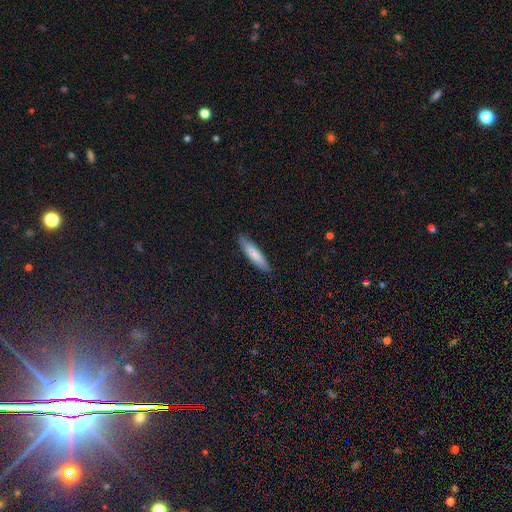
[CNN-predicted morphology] smooth-or-featured: smooth: 78% | featured or disk: 17% | star or artifact: 6%
  how-rounded: cigar-shaped: 84% | in between: 15% | round: 1%
  merging: none: 88% | minor disturbance: 9% | major disturbance: 2% | merger: 1%